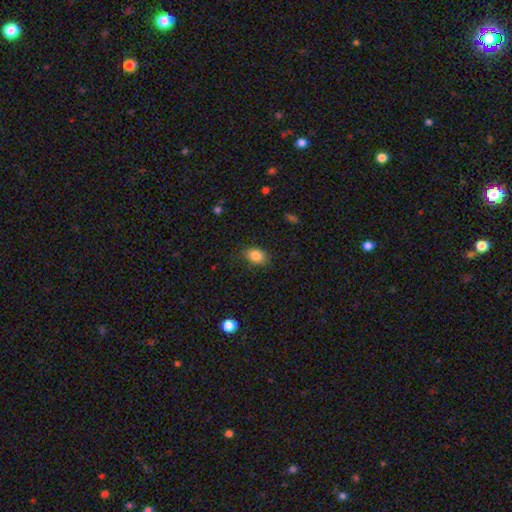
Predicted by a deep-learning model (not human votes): Morphology: type=smooth (86%); roundness=in between (73%); merging=none (81%).